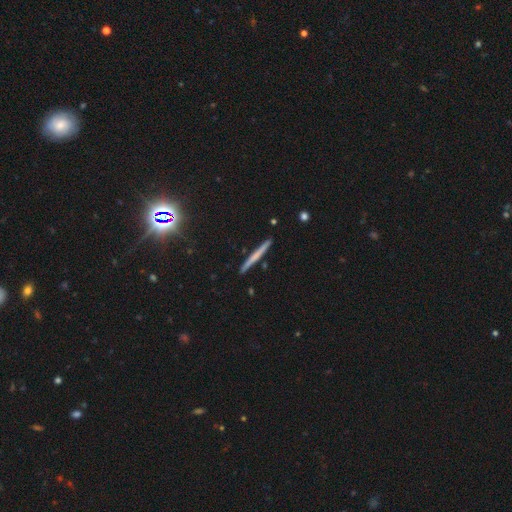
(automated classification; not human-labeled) Smooth or featured? smooth (51%)
How rounded? cigar-shaped (96%)
Merging? none (91%)